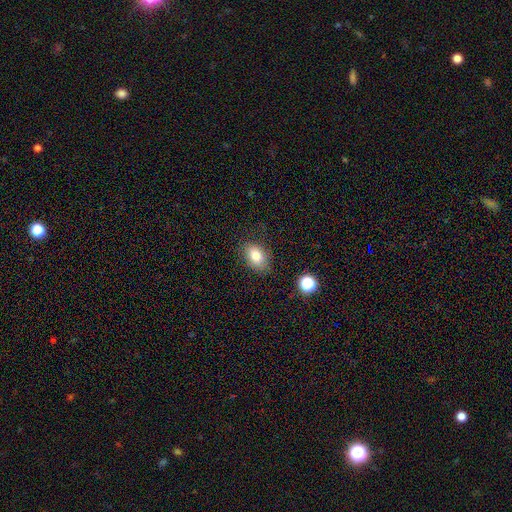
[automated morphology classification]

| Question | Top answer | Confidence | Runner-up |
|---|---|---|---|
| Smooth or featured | smooth | 82% | star or artifact (9%) |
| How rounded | in between | 85% | round (14%) |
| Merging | none | 79% | minor disturbance (15%) |